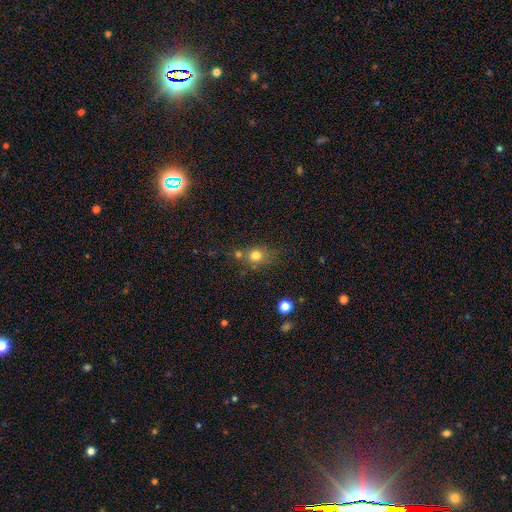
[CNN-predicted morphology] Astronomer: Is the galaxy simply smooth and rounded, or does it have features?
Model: smooth — 78%.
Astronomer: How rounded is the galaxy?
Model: round — 78%.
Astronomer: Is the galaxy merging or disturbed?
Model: none — 60%.